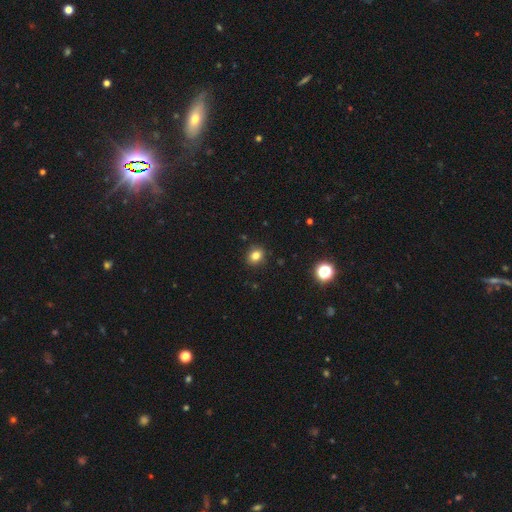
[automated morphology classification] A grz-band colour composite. It shows a smooth galaxy with no disk features (81%) that is round (61%). Merging: none (89%).